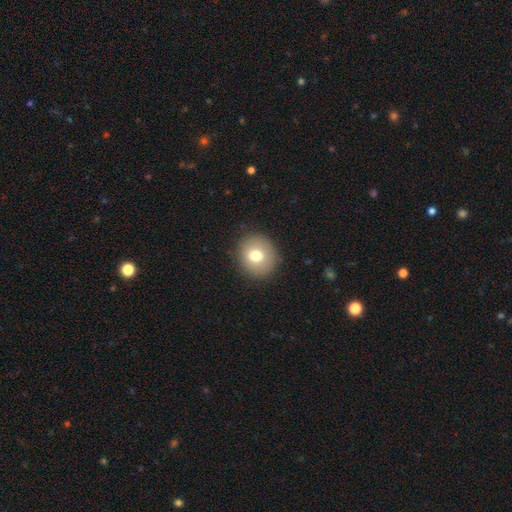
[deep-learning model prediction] Overall: smooth (75%). How rounded: round (85%). Merging: none (89%).